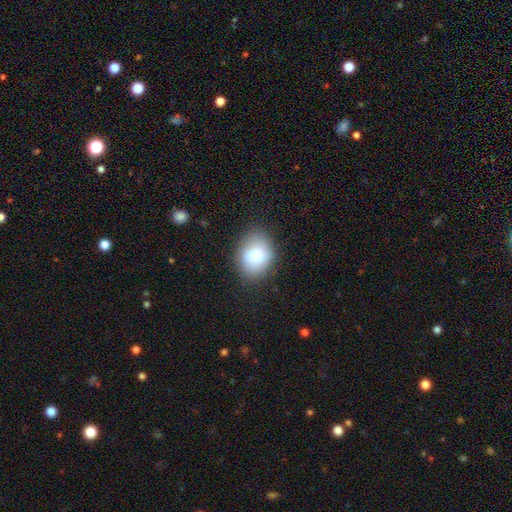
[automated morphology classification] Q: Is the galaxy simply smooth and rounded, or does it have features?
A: smooth — 80%.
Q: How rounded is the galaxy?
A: in between — 68%.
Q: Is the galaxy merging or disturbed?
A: none — 81%.